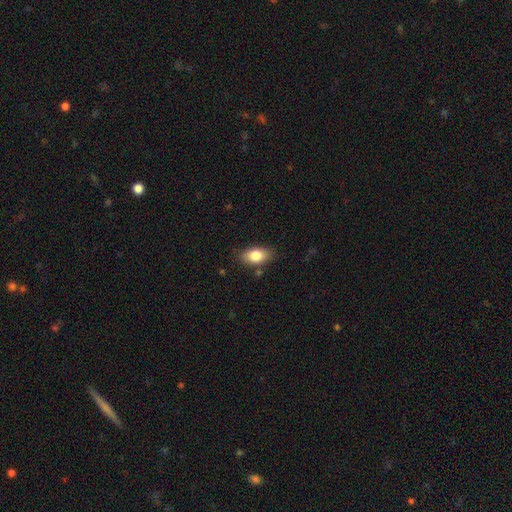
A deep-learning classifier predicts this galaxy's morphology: Smooth or featured? Predicted: smooth (p=0.81). How rounded? Predicted: in between (p=0.88). Merging? Predicted: none (p=0.82).